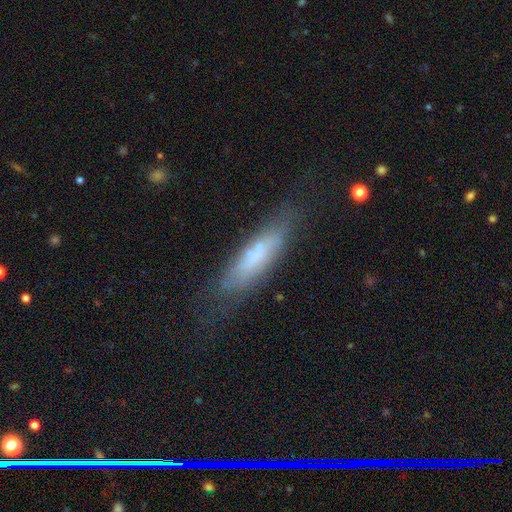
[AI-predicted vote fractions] Smooth or featured? smooth (57%)
How rounded? cigar-shaped (69%)
Merging? none (65%)